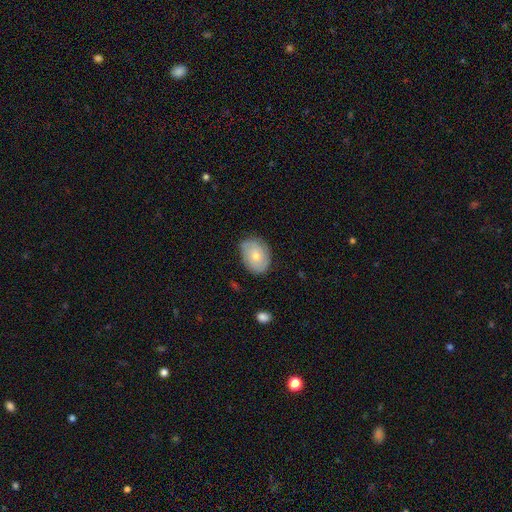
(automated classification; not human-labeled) smooth-or-featured: smooth: 63% | featured or disk: 30% | star or artifact: 7%
  how-rounded: in between: 68% | round: 31% | cigar-shaped: 1%
  merging: none: 73% | minor disturbance: 22% | major disturbance: 5% | merger: 1%